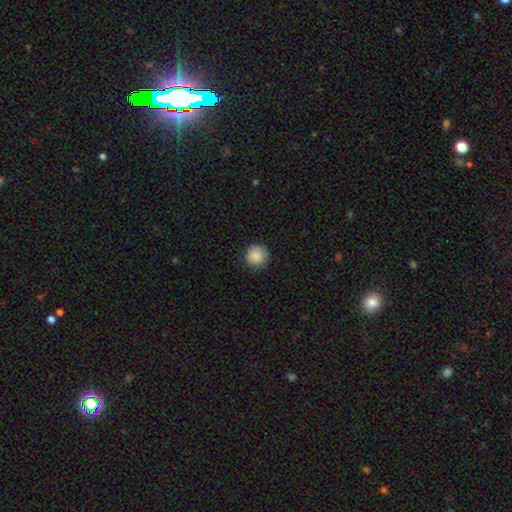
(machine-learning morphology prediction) Overall: smooth (88%). How rounded: round (95%). Merging: none (90%).